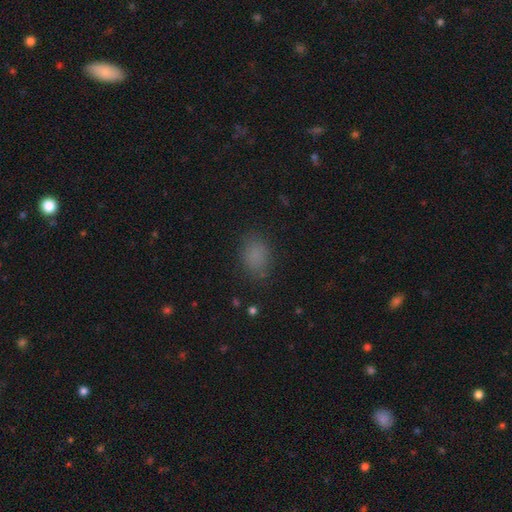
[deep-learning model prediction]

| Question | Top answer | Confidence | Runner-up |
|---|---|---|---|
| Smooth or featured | smooth | 81% | star or artifact (14%) |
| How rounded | in between | 68% | round (31%) |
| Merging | none | 80% | minor disturbance (14%) |